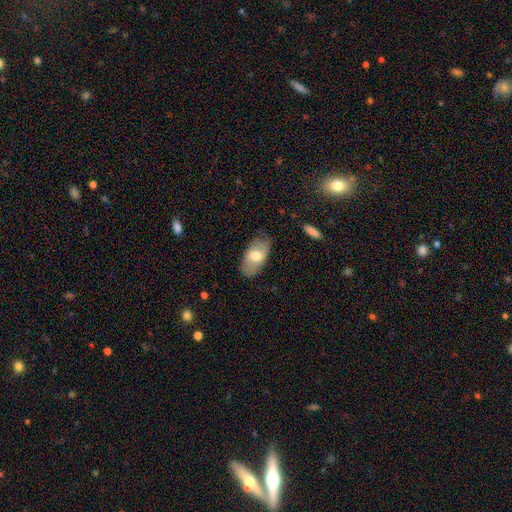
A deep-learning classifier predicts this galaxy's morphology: Q: Smooth or featured?
A: smooth (65%); runner-up: featured or disk (29%)
Q: How rounded?
A: in between (94%); runner-up: round (3%)
Q: Merging?
A: none (77%); runner-up: minor disturbance (17%)